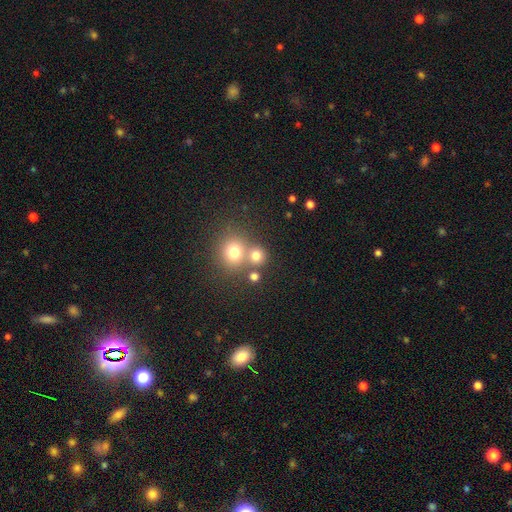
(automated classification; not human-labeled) Smooth or featured? smooth (75%)
How rounded? round (86%)
Merging? none (58%)